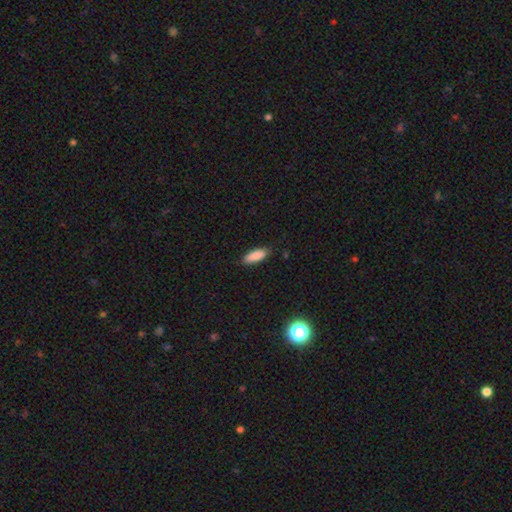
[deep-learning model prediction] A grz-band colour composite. It shows a smooth galaxy with no disk features (88%) that is in between round and cigar-shaped (67%). Merging: none (84%).